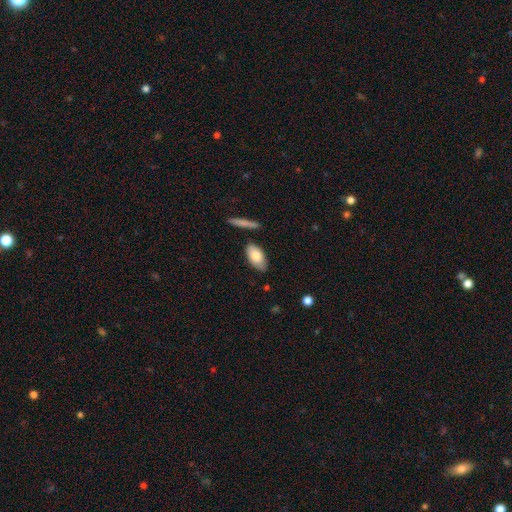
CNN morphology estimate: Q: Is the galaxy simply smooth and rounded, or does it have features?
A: smooth — 81%.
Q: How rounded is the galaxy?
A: in between — 92%.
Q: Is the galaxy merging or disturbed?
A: none — 77%.